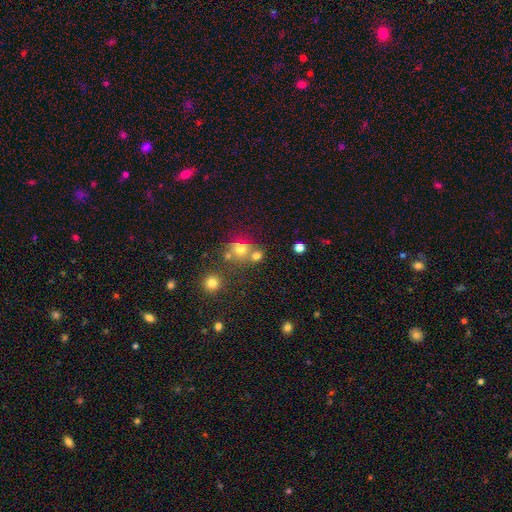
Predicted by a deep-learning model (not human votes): A smooth galaxy with no disk features (57%) that is round (77%). Merging: none (52%).